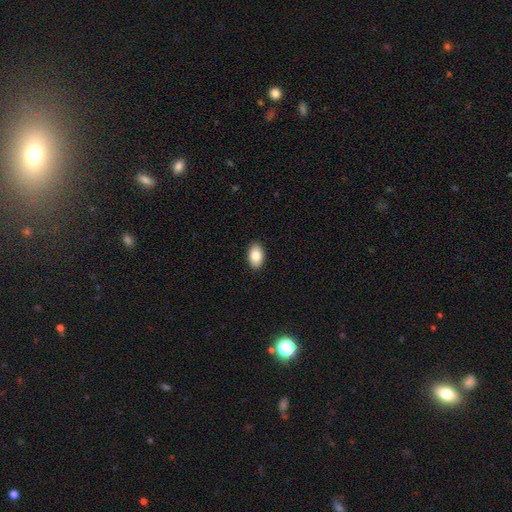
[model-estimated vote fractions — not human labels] Morphology: type=smooth (88%); roundness=in between (93%); merging=none (90%).